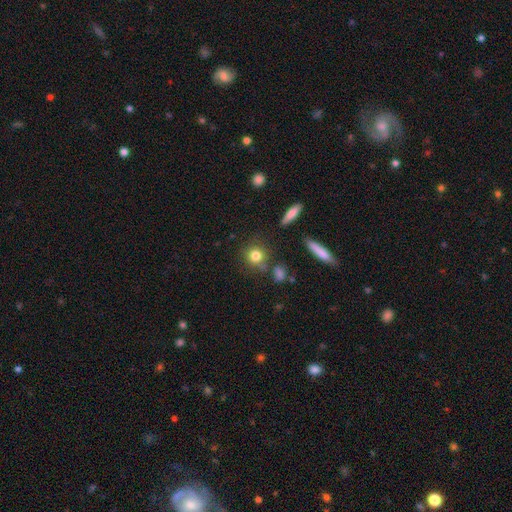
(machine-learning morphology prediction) Smooth or featured?
  - smooth: 80% *
  - star or artifact: 11%
  - featured or disk: 9%
How rounded?
  - round: 84% *
  - in between: 13%
  - cigar-shaped: 3%
Merging?
  - none: 77% *
  - minor disturbance: 11%
  - merger: 8%
  - major disturbance: 4%